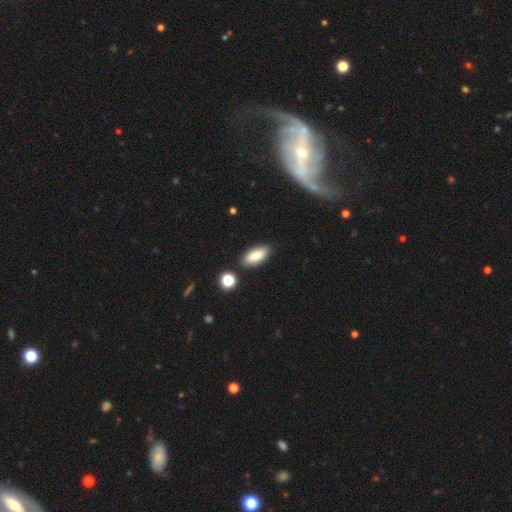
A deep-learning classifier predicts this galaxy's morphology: Smooth or featured: smooth — 85% (featured or disk — 8%)
How rounded: in between — 84% (cigar-shaped — 13%)
Merging: none — 84% (minor disturbance — 10%)